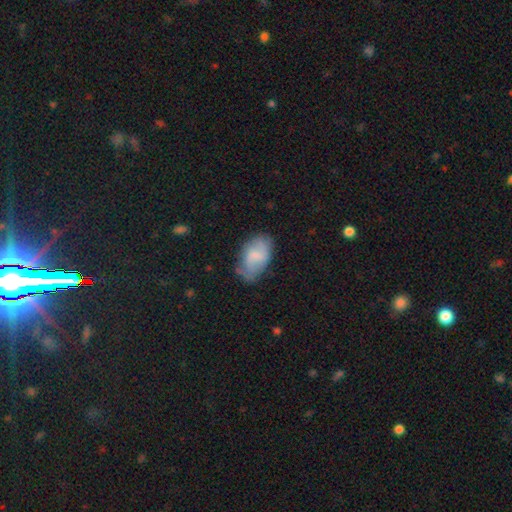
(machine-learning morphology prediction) The model was most divided on "smooth or featured": smooth: 56%, featured or disk: 37%, star or artifact: 7%. More confident: how rounded — in between (92%); merging — none (59%).